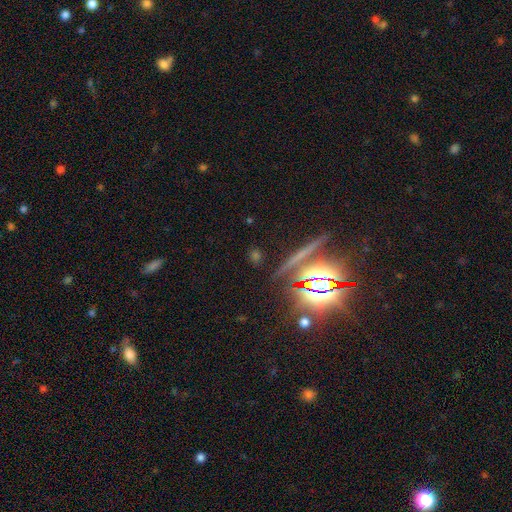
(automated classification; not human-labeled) The model was most divided on "smooth or featured": star or artifact: 49%, smooth: 32%, featured or disk: 18%.